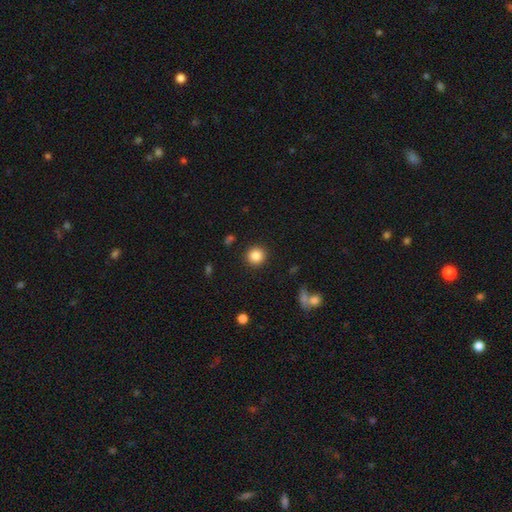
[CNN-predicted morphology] smooth 86%, star or artifact 10%, featured or disk 4%. Down the decision tree: how rounded — round (93%); merging — none (91%).